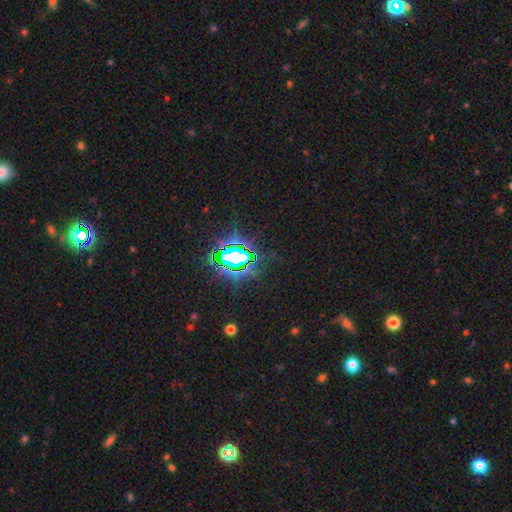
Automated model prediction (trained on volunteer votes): Q: Smooth or featured?
A: star or artifact (83%); runner-up: smooth (10%)